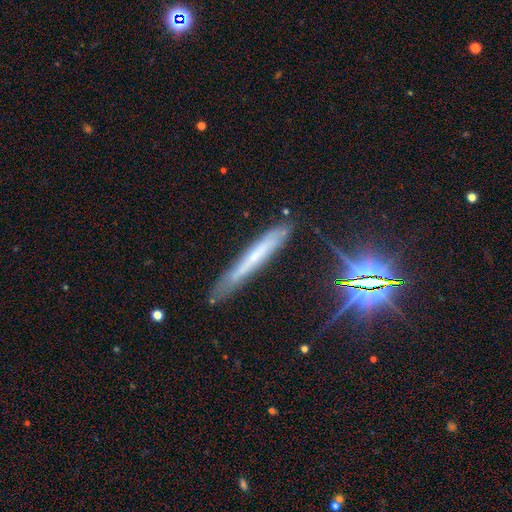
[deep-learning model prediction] A featured or disk galaxy (49%).

Vote fractions:
- Smooth or featured? featured or disk: 49% / smooth: 37% / star or artifact: 14%
- Merging? none: 77% / minor disturbance: 17% / major disturbance: 4% / merger: 2%